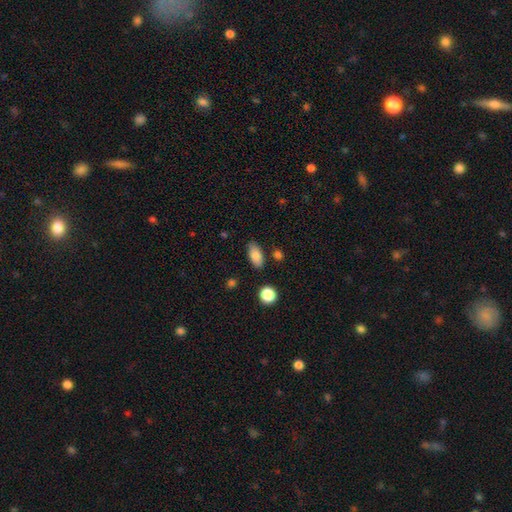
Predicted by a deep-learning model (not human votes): Smooth or featured?
  - smooth: 84% *
  - star or artifact: 8%
  - featured or disk: 8%
How rounded?
  - in between: 89% *
  - cigar-shaped: 7%
  - round: 4%
Merging?
  - none: 83% *
  - minor disturbance: 11%
  - merger: 3%
  - major disturbance: 3%